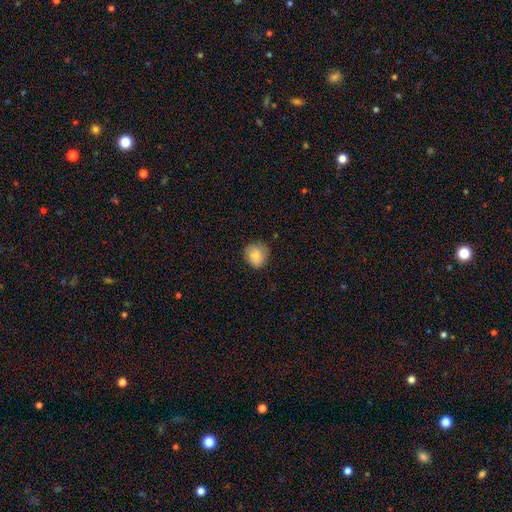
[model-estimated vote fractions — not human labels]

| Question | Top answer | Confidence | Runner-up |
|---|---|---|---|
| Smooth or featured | smooth | 80% | featured or disk (12%) |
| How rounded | round | 83% | in between (16%) |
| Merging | none | 76% | minor disturbance (18%) |